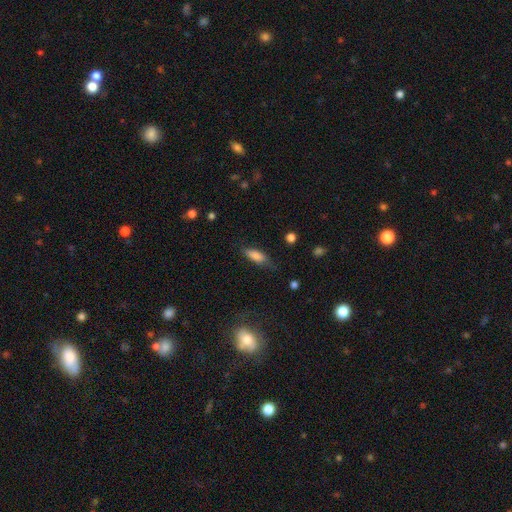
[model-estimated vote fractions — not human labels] The model was most divided on "how rounded": in between: 63%, cigar-shaped: 34%, round: 3%. More confident: smooth or featured — smooth (80%); merging — none (69%).